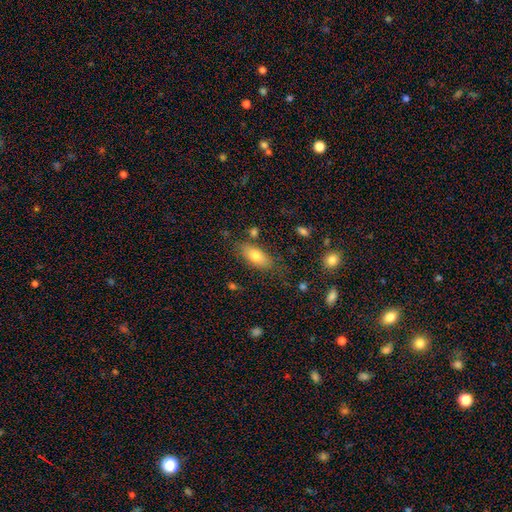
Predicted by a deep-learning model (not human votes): Smooth or featured: smooth — 75% (featured or disk — 17%)
How rounded: in between — 83% (cigar-shaped — 14%)
Merging: none — 75% (minor disturbance — 16%)